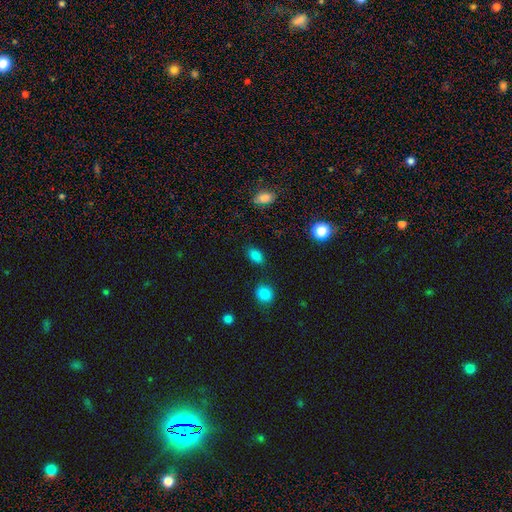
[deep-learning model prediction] Smooth or featured?
  - smooth: 84% *
  - star or artifact: 12%
  - featured or disk: 5%
How rounded?
  - in between: 87% *
  - round: 11%
  - cigar-shaped: 2%
Merging?
  - none: 85% *
  - minor disturbance: 10%
  - major disturbance: 3%
  - merger: 3%